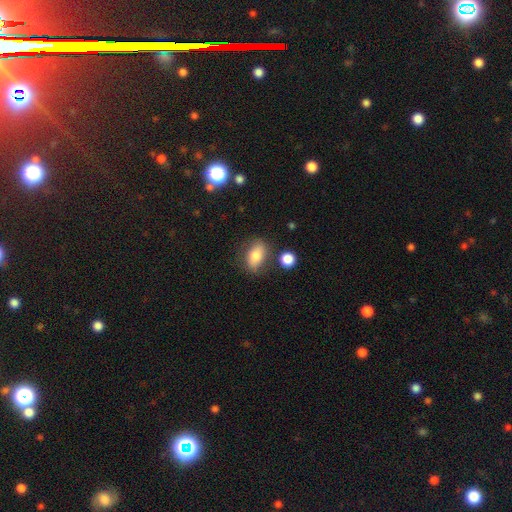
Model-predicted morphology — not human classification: This is likely a smooth galaxy (77%). How rounded: clearly in between (83%). Merging: likely none (70%).